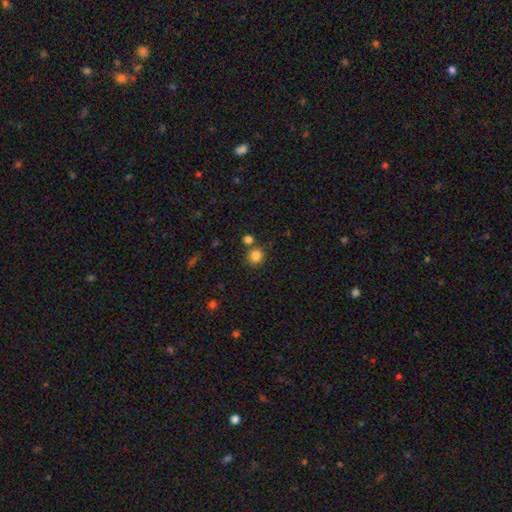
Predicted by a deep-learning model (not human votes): smooth-or-featured: smooth: 84% | star or artifact: 11% | featured or disk: 5%
  how-rounded: round: 85% | in between: 15% | cigar-shaped: 1%
  merging: none: 75% | merger: 13% | minor disturbance: 8% | major disturbance: 3%